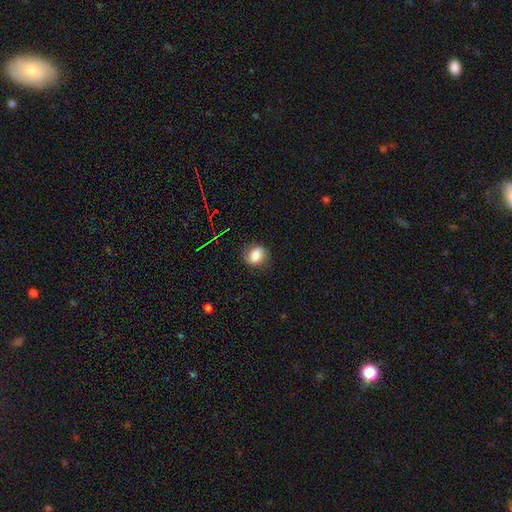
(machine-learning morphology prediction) This is likely a smooth galaxy (74%). How rounded: likely round (66%). Merging: likely none (80%).